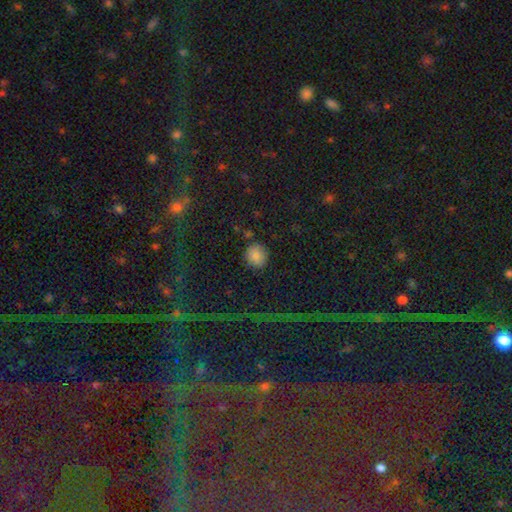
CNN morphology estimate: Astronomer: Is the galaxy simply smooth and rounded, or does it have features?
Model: smooth — 83%.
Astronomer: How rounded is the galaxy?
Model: round — 84%.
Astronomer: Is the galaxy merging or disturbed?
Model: none — 82%.